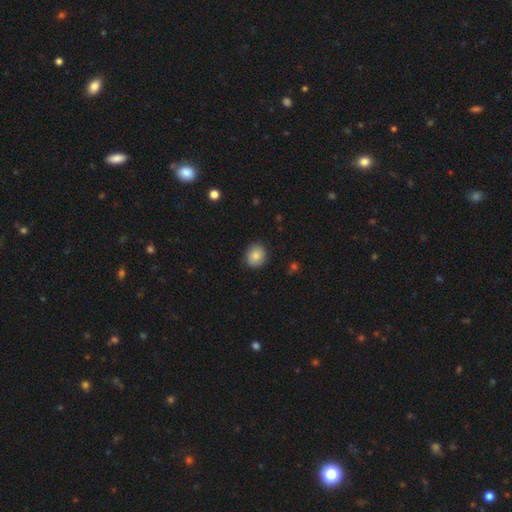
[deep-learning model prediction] A smooth galaxy with no disk features (83%) that is round (68%). Merging: none (84%).